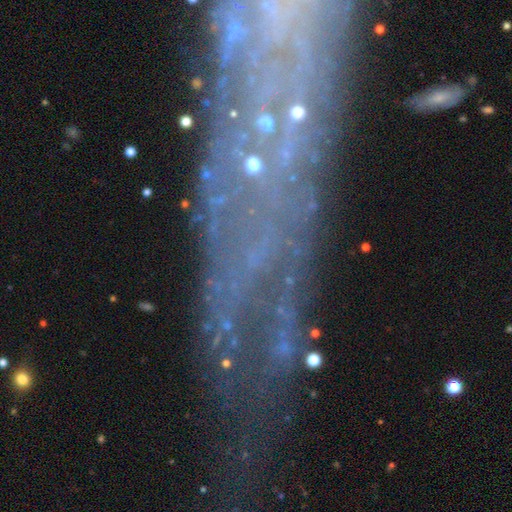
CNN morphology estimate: Overall: featured or disk (43%; star or artifact 39%). Merging: none (58%; minor disturbance 19%).